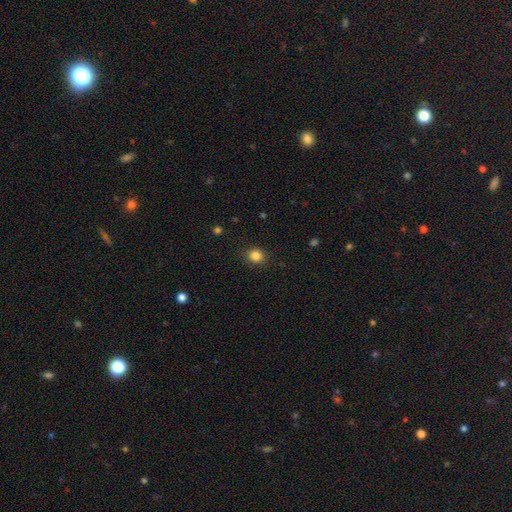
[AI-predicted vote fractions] smooth 84%, star or artifact 12%, featured or disk 5%. Down the decision tree: how rounded — round (81%); merging — none (89%).